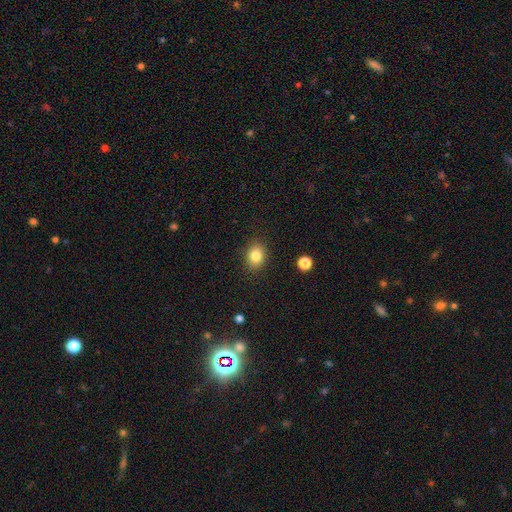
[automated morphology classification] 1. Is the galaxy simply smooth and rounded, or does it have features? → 83% smooth, 10% star or artifact, 7% featured or disk.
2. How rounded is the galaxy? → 52% in between, 48% round, 1% cigar-shaped.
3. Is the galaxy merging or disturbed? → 88% none, 9% minor disturbance, 3% major disturbance, 1% merger.